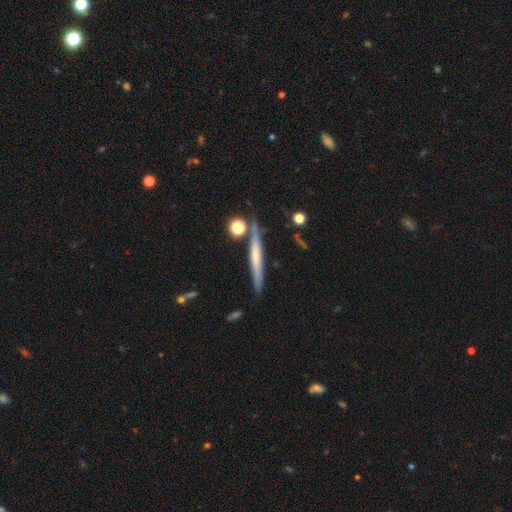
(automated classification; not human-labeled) featured or disk 52%, smooth 41%, star or artifact 7%. Down the decision tree: edge-on disk — yes (95%); merging — none (82%).